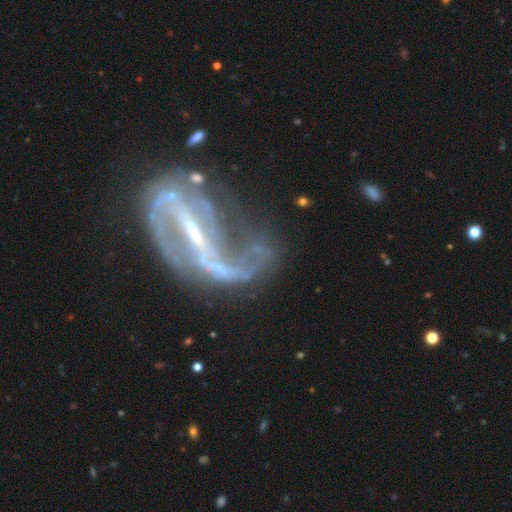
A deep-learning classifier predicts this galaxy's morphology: This appears to be a featured or disk galaxy (90%) with a strong bar (69%), 2 (76%) loose (48%) spiral arms (93%) and a small central bulge (78%). Merging: none (38%).